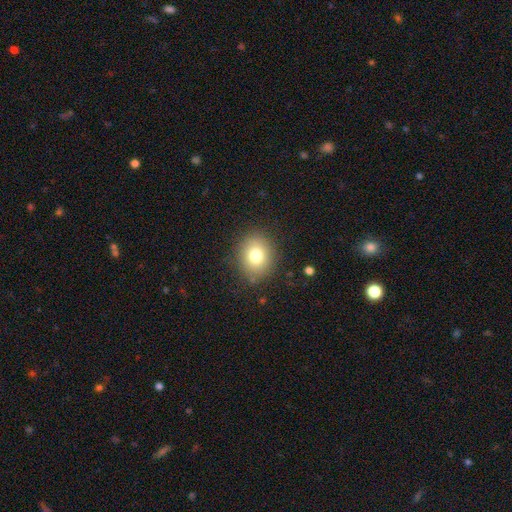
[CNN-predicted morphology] This is likely a smooth galaxy (77%). How rounded: likely round (64%). Merging: clearly none (85%).